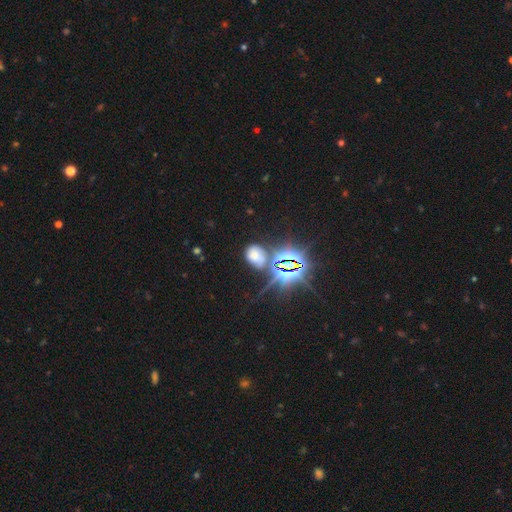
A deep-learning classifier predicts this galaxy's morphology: A star or artifact, not a galaxy (45%).